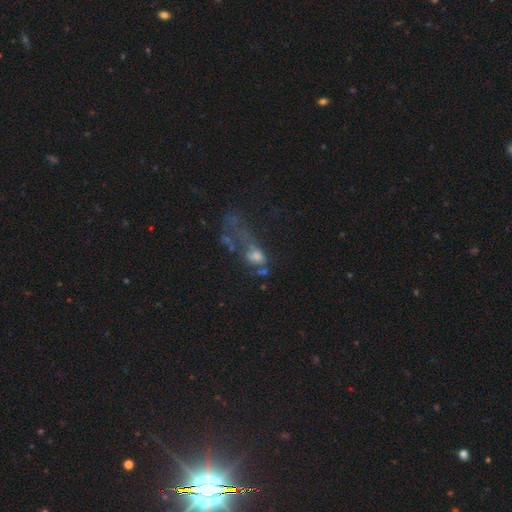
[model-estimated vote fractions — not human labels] A smooth galaxy with no disk features (41%).

Vote fractions:
- Smooth or featured? smooth: 41% / featured or disk: 38% / star or artifact: 21%
- Merging? major disturbance: 51% / merger: 22% / none: 17% / minor disturbance: 11%